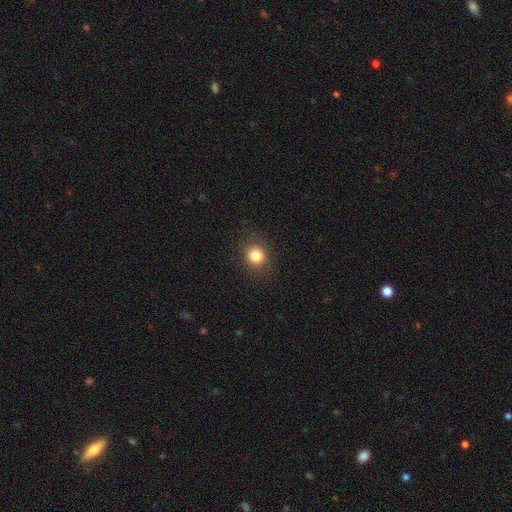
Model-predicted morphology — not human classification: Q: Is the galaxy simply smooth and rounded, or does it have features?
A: smooth — 83%.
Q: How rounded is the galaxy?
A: round — 79%.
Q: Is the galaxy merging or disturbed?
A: none — 87%.